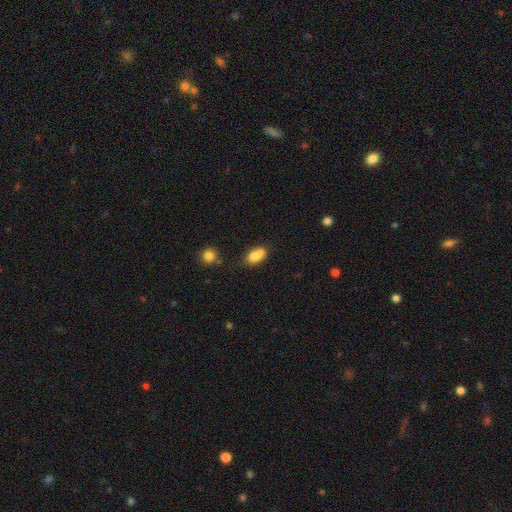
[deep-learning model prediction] Overall: smooth (74%). How rounded: in between (77%). Merging: merger (44%; none 35%).